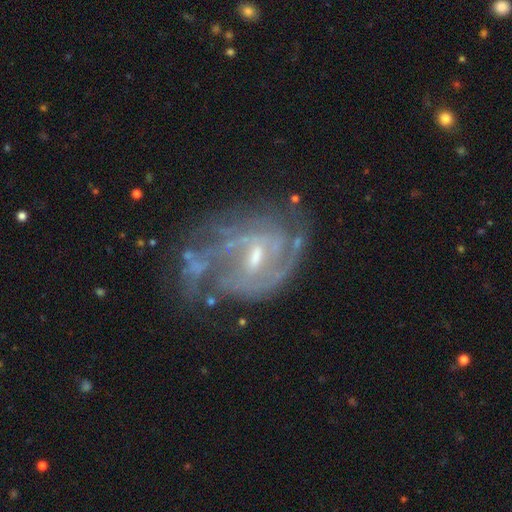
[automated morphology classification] This appears to be a featured or disk galaxy (86%) with a weak bar (57%), 2 (44%) medium (43%) spiral arms (91%) and a small central bulge (50%). Merging: none (55%).